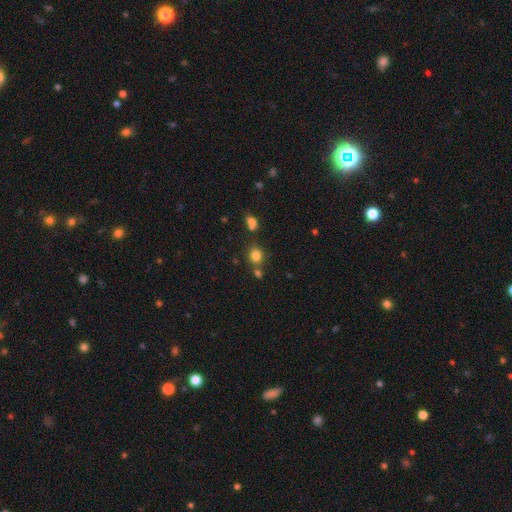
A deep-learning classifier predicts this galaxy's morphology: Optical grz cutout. It shows a smooth galaxy with no disk features (80%) that is round (73%). Merging: none (68%).